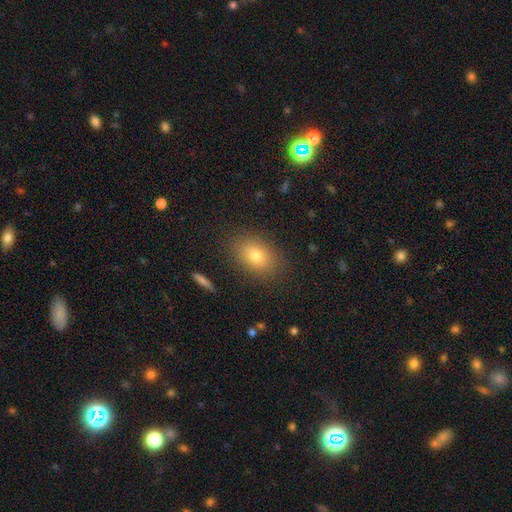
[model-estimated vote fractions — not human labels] smooth 76%, featured or disk 12%, star or artifact 12%. Down the decision tree: how rounded — in between (78%); merging — none (86%).